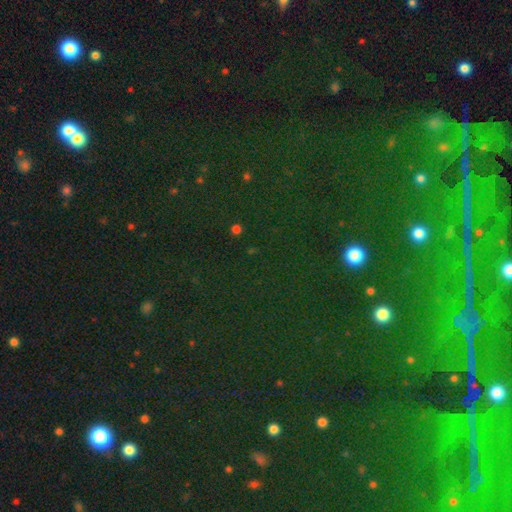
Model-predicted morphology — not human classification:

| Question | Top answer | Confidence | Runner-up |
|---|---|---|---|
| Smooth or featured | star or artifact | 79% | smooth (12%) |